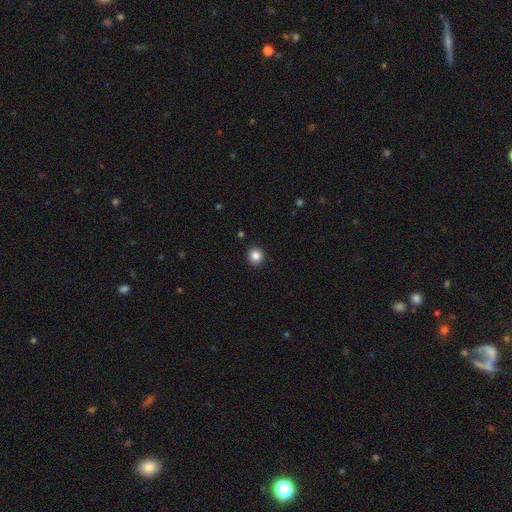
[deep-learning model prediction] Smooth or featured? Predicted: smooth (p=0.85). How rounded? Predicted: round (p=0.92). Merging? Predicted: none (p=0.93).